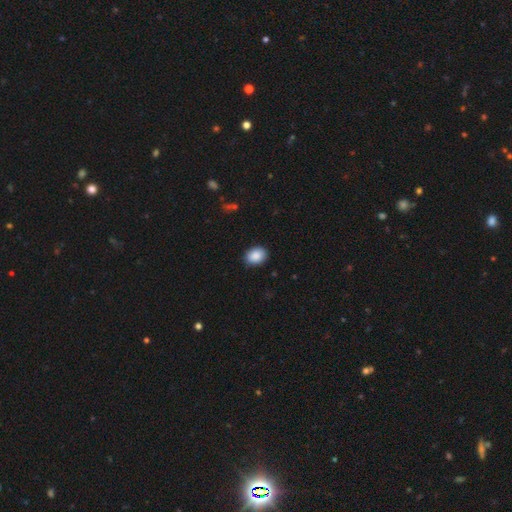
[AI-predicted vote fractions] Smooth or featured?
  - smooth: 89% *
  - star or artifact: 7%
  - featured or disk: 4%
How rounded?
  - in between: 67% *
  - round: 32%
  - cigar-shaped: 1%
Merging?
  - none: 87% *
  - minor disturbance: 10%
  - major disturbance: 2%
  - merger: 1%